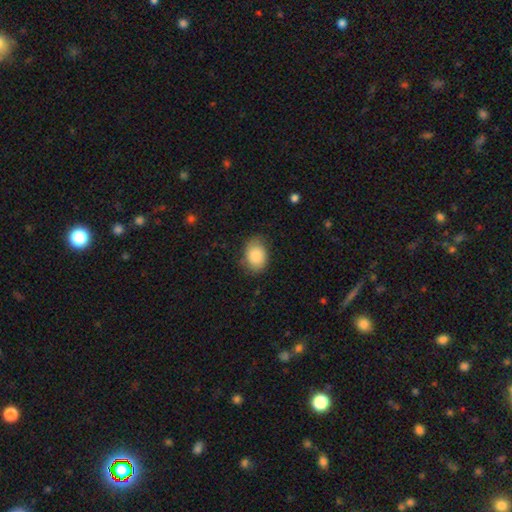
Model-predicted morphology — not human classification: This is clearly a smooth galaxy (86%). How rounded: likely in between (74%). Merging: likely none (76%).